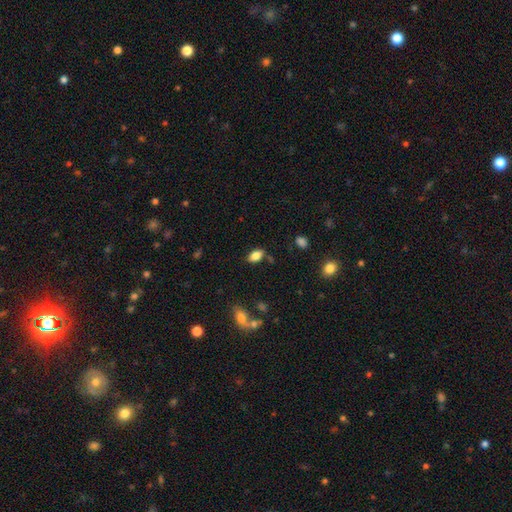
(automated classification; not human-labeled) smooth-or-featured: smooth: 84% | star or artifact: 9% | featured or disk: 7%
  how-rounded: in between: 90% | round: 5% | cigar-shaped: 4%
  merging: none: 78% | minor disturbance: 14% | merger: 4% | major disturbance: 4%